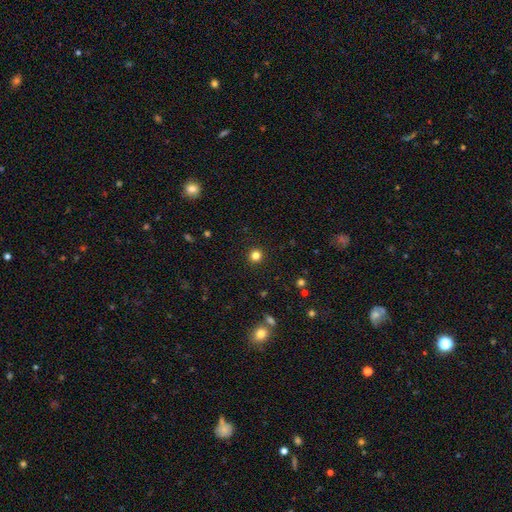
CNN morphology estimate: Smooth or featured: smooth — 82% (star or artifact — 14%)
How rounded: round — 94% (in between — 5%)
Merging: none — 93% (minor disturbance — 4%)